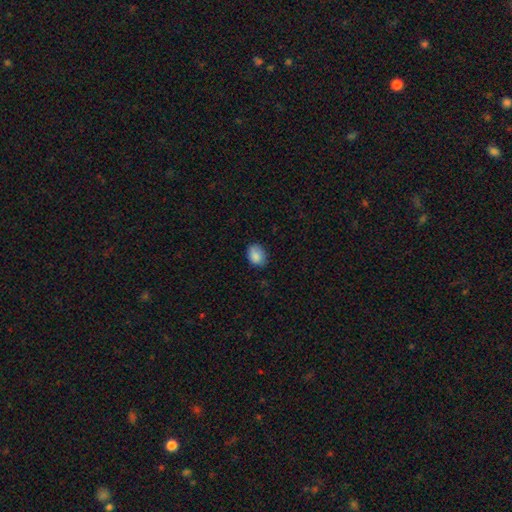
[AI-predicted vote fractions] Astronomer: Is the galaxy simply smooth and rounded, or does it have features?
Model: smooth — 87%.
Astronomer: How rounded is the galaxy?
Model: in between — 67%.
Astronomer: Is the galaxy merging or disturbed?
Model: none — 77%.